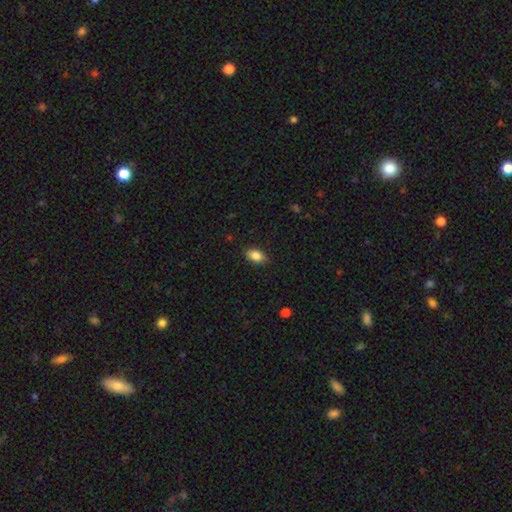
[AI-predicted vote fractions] Overall: smooth (86%). How rounded: in between (89%). Merging: none (87%).